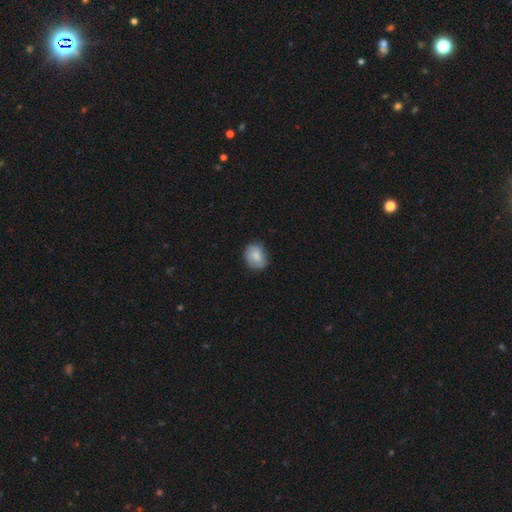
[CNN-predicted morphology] smooth_or_featured: smooth (p=0.75) [alt: featured or disk p=0.18]
how_rounded: round (p=0.60) [alt: in between p=0.39]
merging: none (p=0.75) [alt: minor disturbance p=0.20]